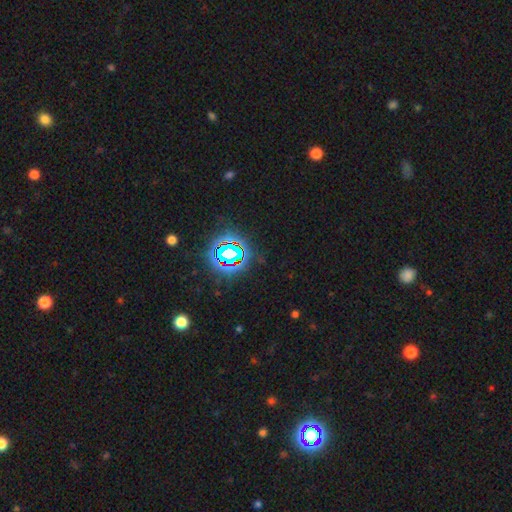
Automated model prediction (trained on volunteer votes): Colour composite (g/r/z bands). It shows a star or artifact, not a galaxy (80%).